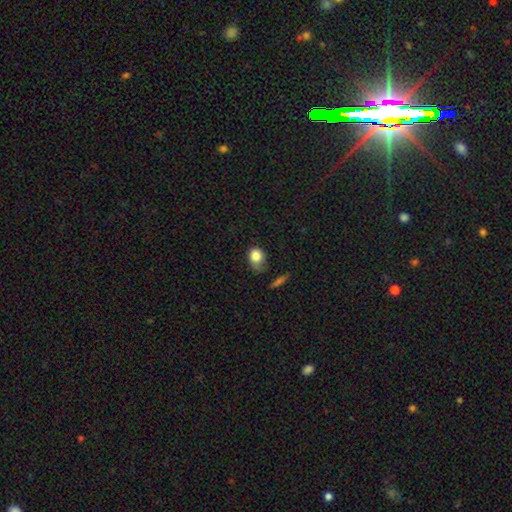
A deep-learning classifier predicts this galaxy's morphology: type=smooth (82%); roundness=round (56%); merging=none (37%).